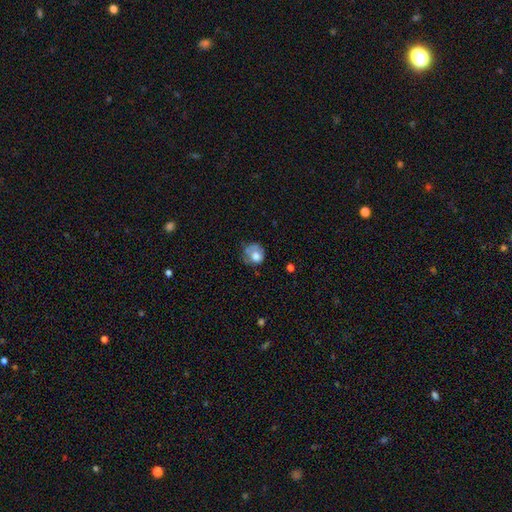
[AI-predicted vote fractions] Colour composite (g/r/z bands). It shows a smooth galaxy with no disk features (68%) that is round (75%). Merging: none (43%).